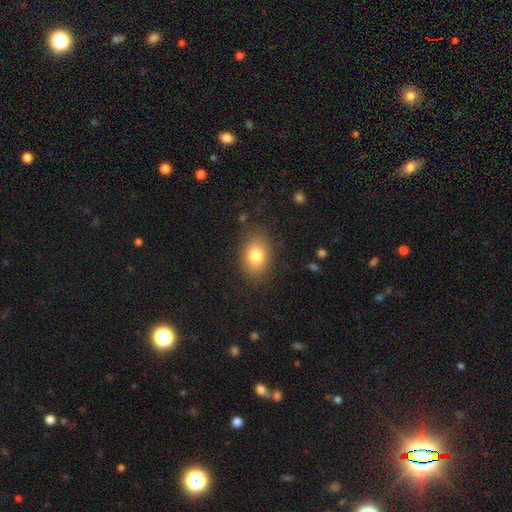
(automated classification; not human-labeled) This appears to be a smooth galaxy with no disk features (80%) that is in between round and cigar-shaped (75%). Merging: none (84%).